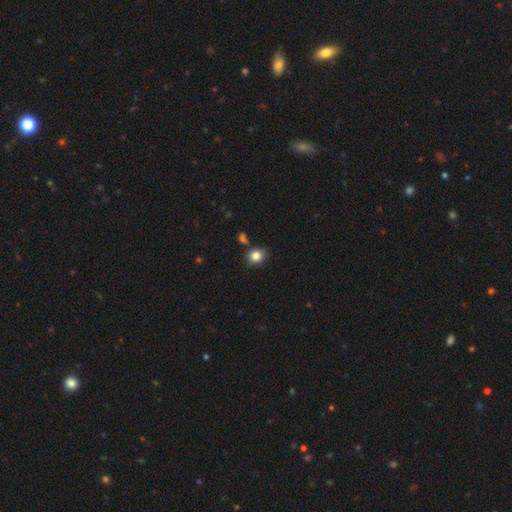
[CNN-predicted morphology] smooth_or_featured: smooth (p=0.84) [alt: star or artifact p=0.11]
how_rounded: round (p=0.71) [alt: in between p=0.28]
merging: none (p=0.78) [alt: minor disturbance p=0.12]